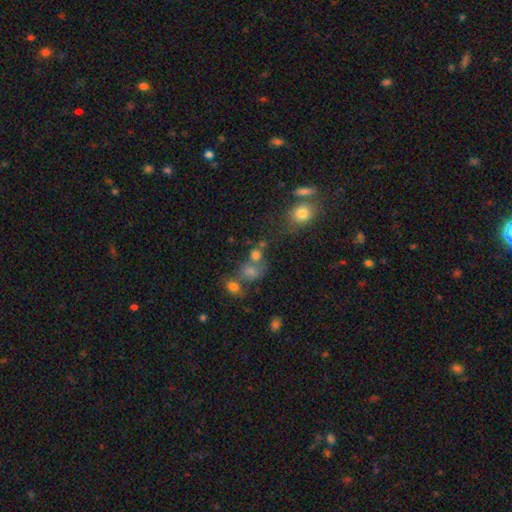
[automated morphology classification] Overall: smooth (70%). How rounded: round (61%; in between 38%). Merging: none (42%; merger 36%).